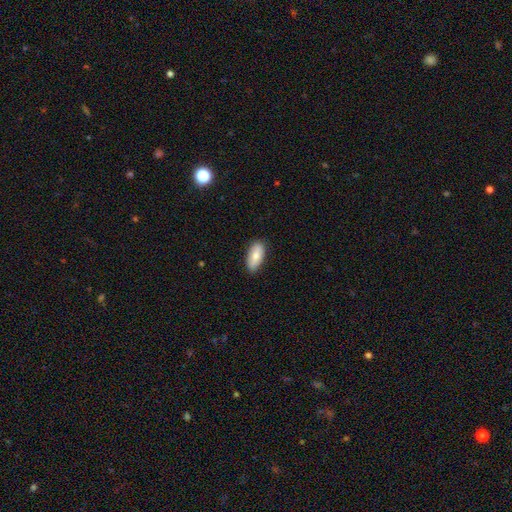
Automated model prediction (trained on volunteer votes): smooth_or_featured: smooth (p=0.76) [alt: featured or disk p=0.17]
how_rounded: in between (p=0.90) [alt: cigar-shaped p=0.07]
merging: none (p=0.86) [alt: minor disturbance p=0.11]